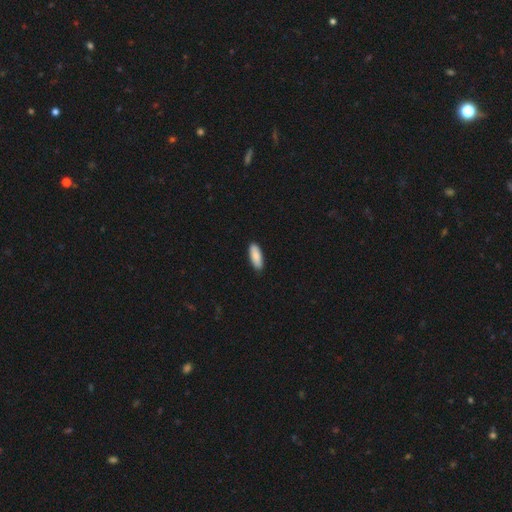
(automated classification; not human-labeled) smooth 88%, featured or disk 7%, star or artifact 5%. Down the decision tree: how rounded — in between (68%); merging — none (89%).